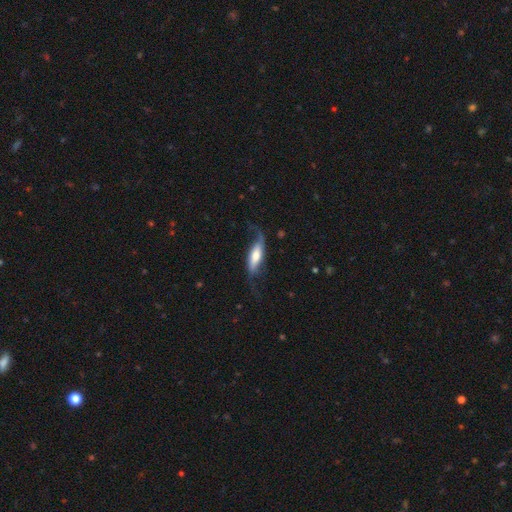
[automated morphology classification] This appears to be a featured or disk galaxy (61%). Merging: none (51%).